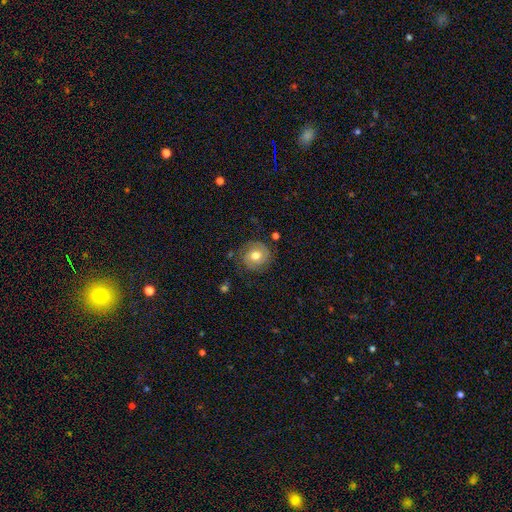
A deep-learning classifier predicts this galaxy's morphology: smooth 50%, featured or disk 41%, star or artifact 9%. Down the decision tree: how rounded — round (86%); merging — none (76%).